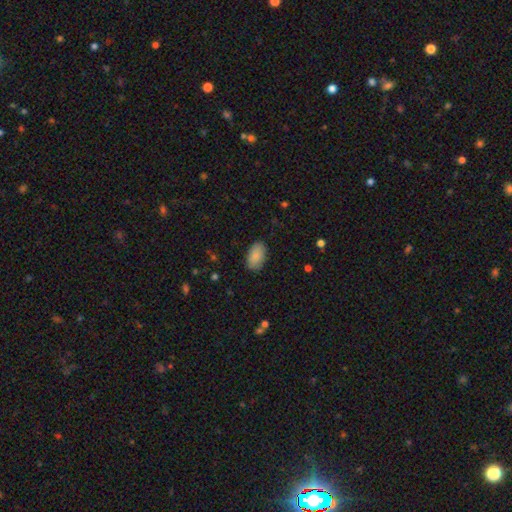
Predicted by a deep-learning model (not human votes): Smooth or featured? Predicted: smooth (p=0.85). How rounded? Predicted: in between (p=0.94). Merging? Predicted: none (p=0.86).